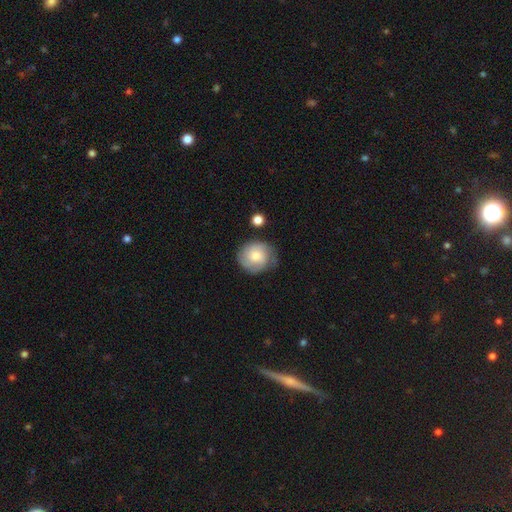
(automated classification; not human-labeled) This appears to be a smooth galaxy with no disk features (58%) that is round (82%). Merging: none (67%).